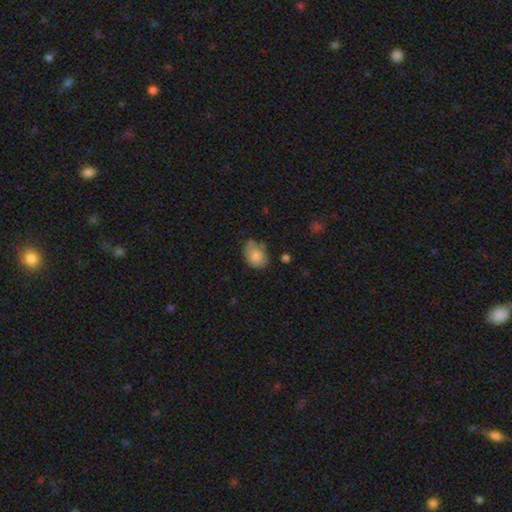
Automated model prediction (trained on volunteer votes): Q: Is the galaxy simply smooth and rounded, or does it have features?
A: smooth — 78%.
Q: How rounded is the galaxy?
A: in between — 72%.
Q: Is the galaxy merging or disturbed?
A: none — 48%.